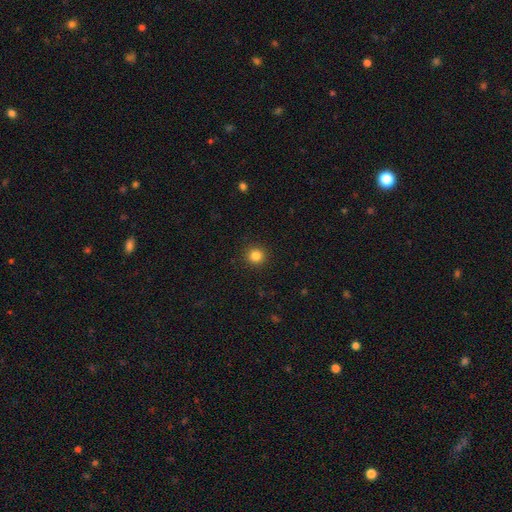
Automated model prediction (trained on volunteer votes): Smooth or featured: smooth — 84% (star or artifact — 11%)
How rounded: round — 93% (in between — 6%)
Merging: none — 92% (minor disturbance — 5%)